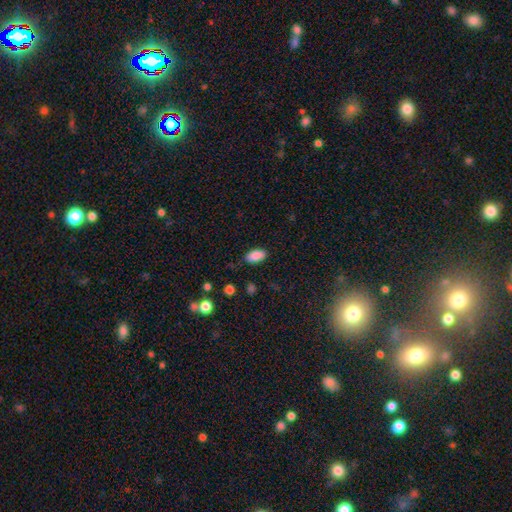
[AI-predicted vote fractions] smooth 88%, star or artifact 8%, featured or disk 4%. Down the decision tree: how rounded — in between (93%); merging — none (84%).